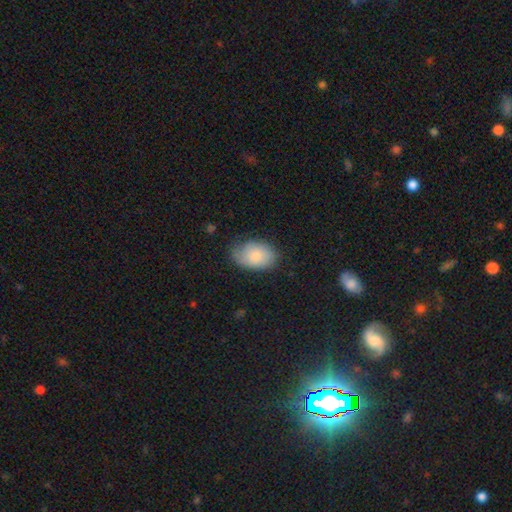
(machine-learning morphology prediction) Smooth or featured: smooth — 84% (featured or disk — 9%)
How rounded: in between — 87% (round — 12%)
Merging: none — 69% (minor disturbance — 24%)